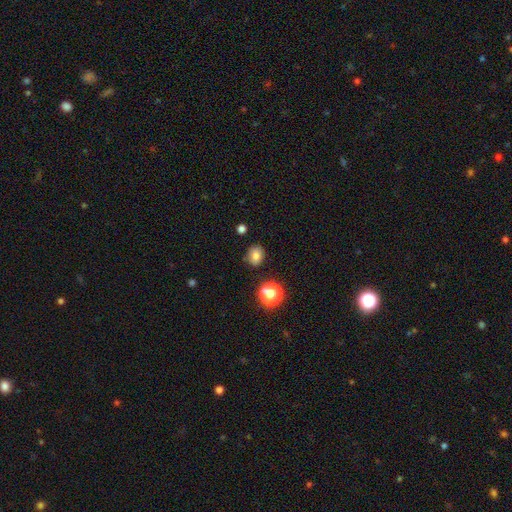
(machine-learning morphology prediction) Smooth or featured?
  - smooth: 80% *
  - star or artifact: 14%
  - featured or disk: 7%
How rounded?
  - round: 55% *
  - in between: 44%
  - cigar-shaped: 1%
Merging?
  - none: 80% *
  - minor disturbance: 14%
  - major disturbance: 3%
  - merger: 3%